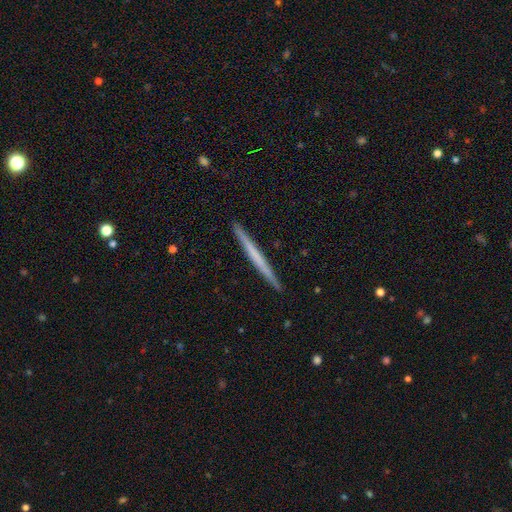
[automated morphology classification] smooth_or_featured: featured or disk (p=0.49) [alt: smooth p=0.46]
merging: none (p=0.93) [alt: minor disturbance p=0.05]